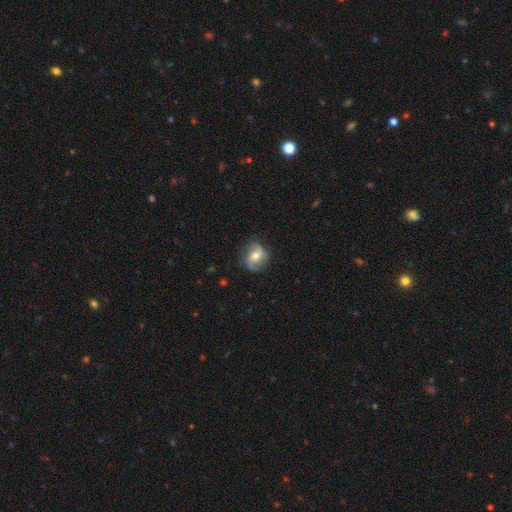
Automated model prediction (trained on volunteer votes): Morphology: type=featured or disk (56%); edge-on=no (95%); bar=no (51%); spiral arms=yes (83%); bulge=moderate (65%); merging=none (76%).